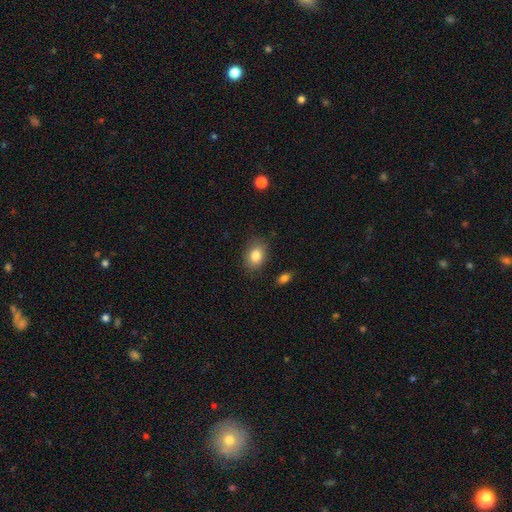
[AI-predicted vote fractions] smooth-or-featured: smooth: 84% | star or artifact: 8% | featured or disk: 8%
  how-rounded: in between: 75% | round: 24% | cigar-shaped: 1%
  merging: none: 82% | minor disturbance: 13% | major disturbance: 3% | merger: 2%